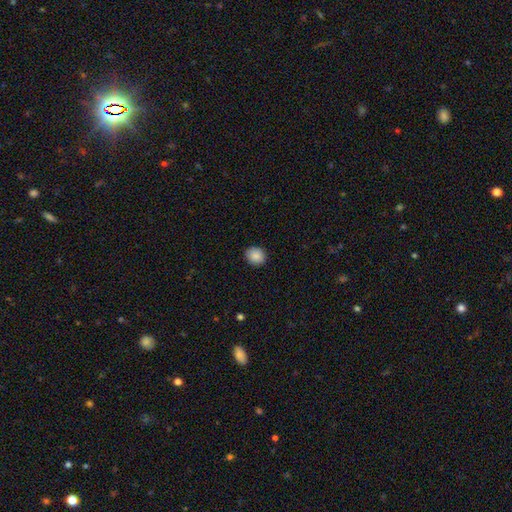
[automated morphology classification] smooth-or-featured: smooth: 88% | star or artifact: 9% | featured or disk: 4%
  how-rounded: round: 78% | in between: 21% | cigar-shaped: 1%
  merging: none: 90% | minor disturbance: 7% | major disturbance: 2% | merger: 1%